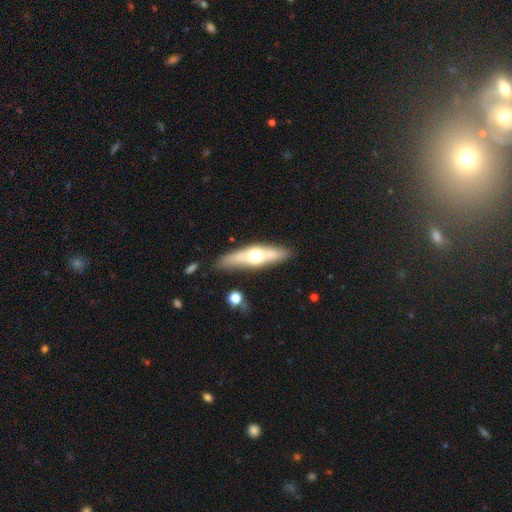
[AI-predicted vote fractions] smooth-or-featured: featured or disk: 55% | smooth: 39% | star or artifact: 6%
  disk-edge-on: yes: 84% | no: 16%
  merging: none: 81% | minor disturbance: 12% | merger: 4% | major disturbance: 3%